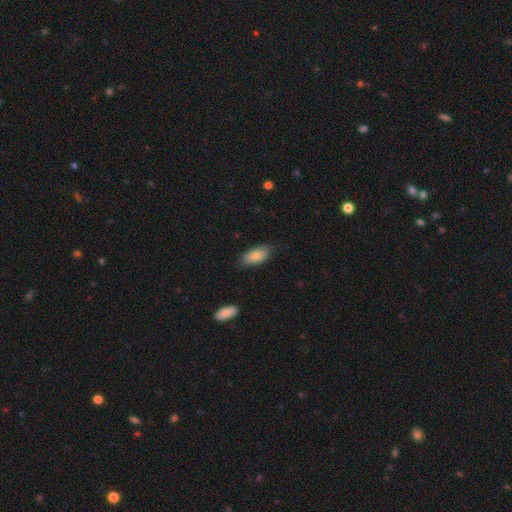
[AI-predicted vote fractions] Morphology: type=smooth (78%); roundness=in between (92%); merging=none (76%).